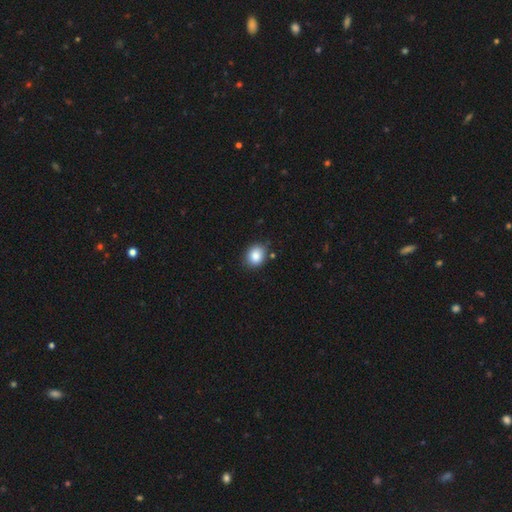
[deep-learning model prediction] This is clearly a smooth galaxy (86%). How rounded: likely round (66%). Merging: clearly none (80%).